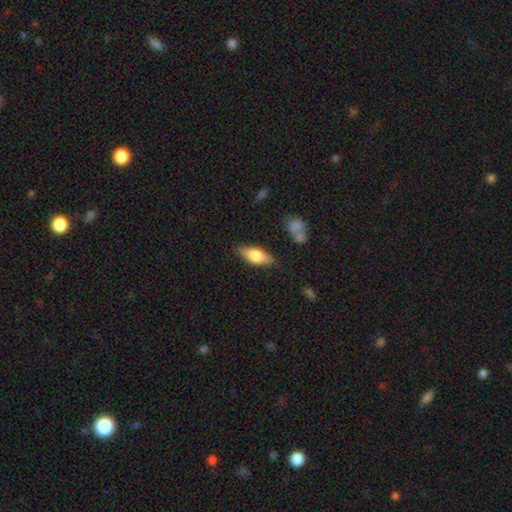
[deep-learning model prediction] Overall: smooth (68%). How rounded: in between (73%). Merging: none (82%).